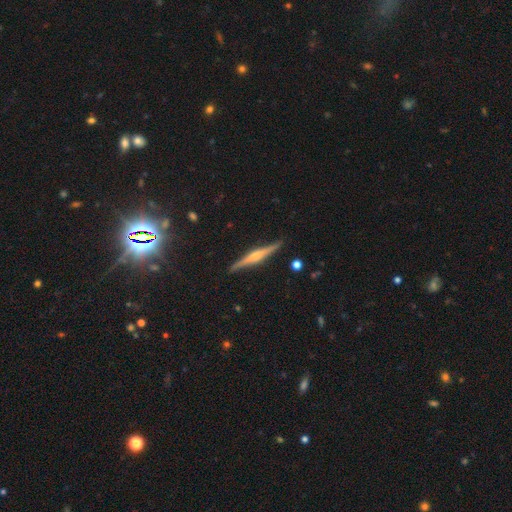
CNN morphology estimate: Smooth or featured: featured or disk — 74% (smooth — 20%)
Edge-on disk: yes — 98% (no — 2%)
Edge-on bulge: rounded — 67% (boxy — 20%)
Merging: none — 90% (minor disturbance — 8%)